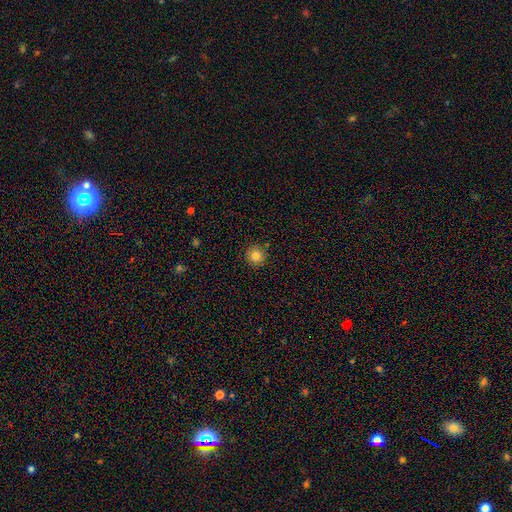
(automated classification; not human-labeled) Smooth or featured?
  - smooth: 82% *
  - star or artifact: 11%
  - featured or disk: 6%
How rounded?
  - round: 95% *
  - in between: 4%
  - cigar-shaped: 1%
Merging?
  - none: 90% *
  - minor disturbance: 7%
  - major disturbance: 2%
  - merger: 2%